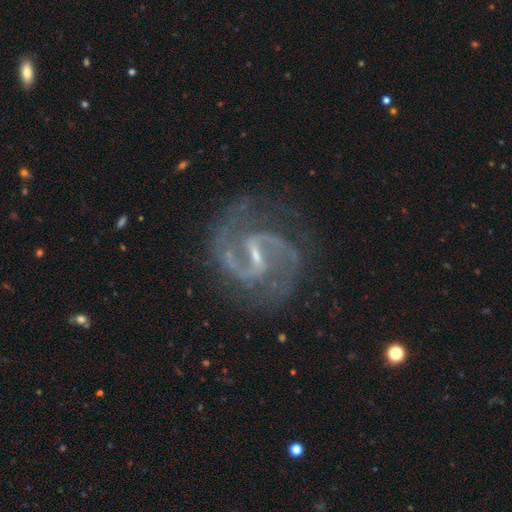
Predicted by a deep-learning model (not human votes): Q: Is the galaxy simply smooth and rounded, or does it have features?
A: featured or disk — 93%.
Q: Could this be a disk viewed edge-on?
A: no — 98%.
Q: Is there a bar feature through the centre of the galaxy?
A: weak — 50%.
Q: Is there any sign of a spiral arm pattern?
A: yes — 99%.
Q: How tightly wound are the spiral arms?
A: medium — 65%.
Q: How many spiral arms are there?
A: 2 — 92%.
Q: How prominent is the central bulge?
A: small — 74%.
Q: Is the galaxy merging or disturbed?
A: none — 77%.